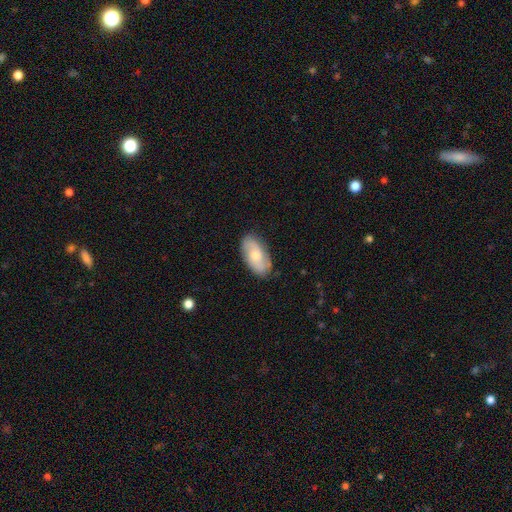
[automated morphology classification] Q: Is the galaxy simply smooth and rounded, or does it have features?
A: smooth — 55%.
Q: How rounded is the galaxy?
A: in between — 93%.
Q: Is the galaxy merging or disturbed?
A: none — 80%.